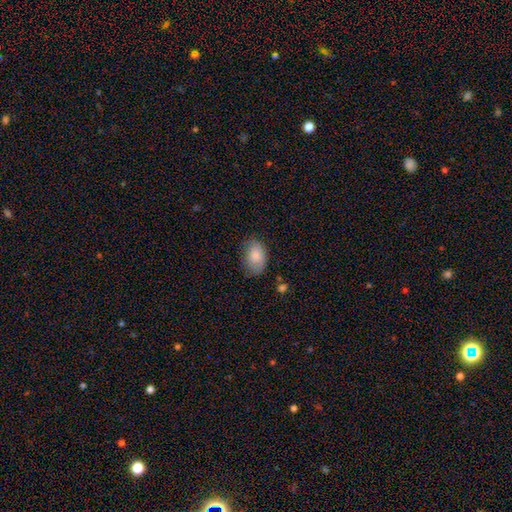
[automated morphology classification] smooth_or_featured: smooth (p=0.82) [alt: featured or disk p=0.11]
how_rounded: in between (p=0.87) [alt: round p=0.12]
merging: none (p=0.68) [alt: minor disturbance p=0.24]